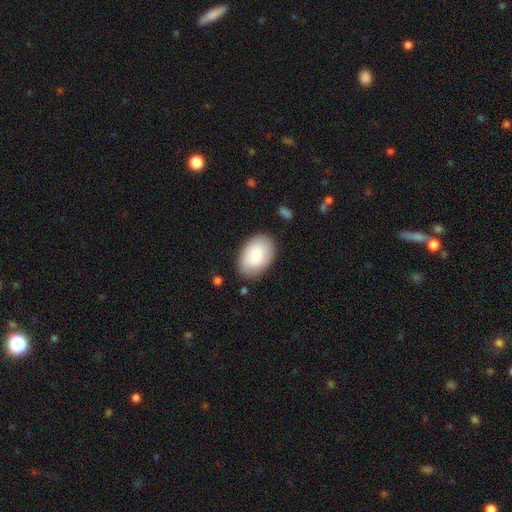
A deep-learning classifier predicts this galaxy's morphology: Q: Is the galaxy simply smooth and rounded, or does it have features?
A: smooth — 78%.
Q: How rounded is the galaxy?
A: in between — 87%.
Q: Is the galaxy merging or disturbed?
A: none — 83%.